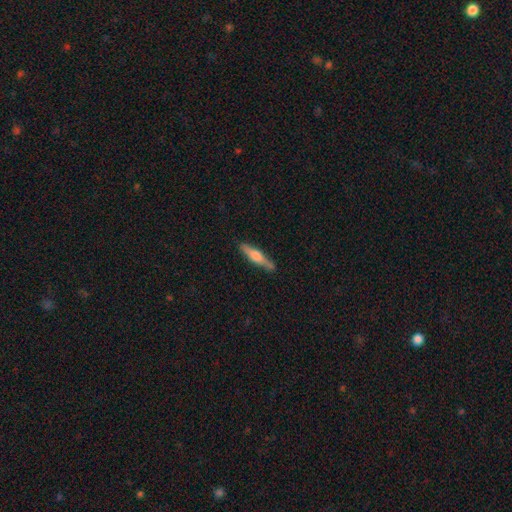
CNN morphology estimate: smooth_or_featured: featured or disk (p=0.53) [alt: smooth p=0.42]
disk_edge_on: yes (p=0.96) [alt: no p=0.04]
edge_on_bulge: rounded (p=0.86) [alt: boxy p=0.09]
merging: none (p=0.86) [alt: minor disturbance p=0.10]